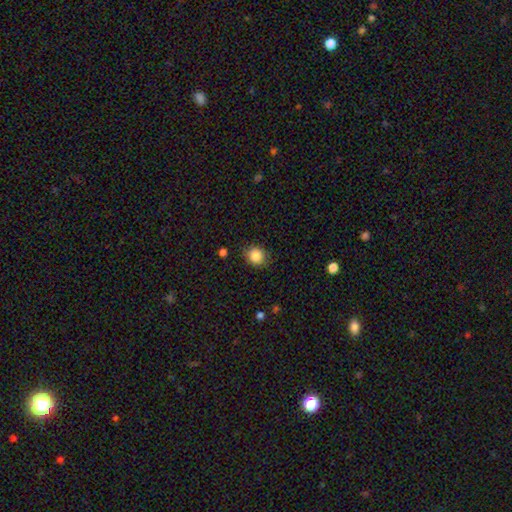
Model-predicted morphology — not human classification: Overall: smooth (85%). How rounded: round (76%). Merging: none (82%).